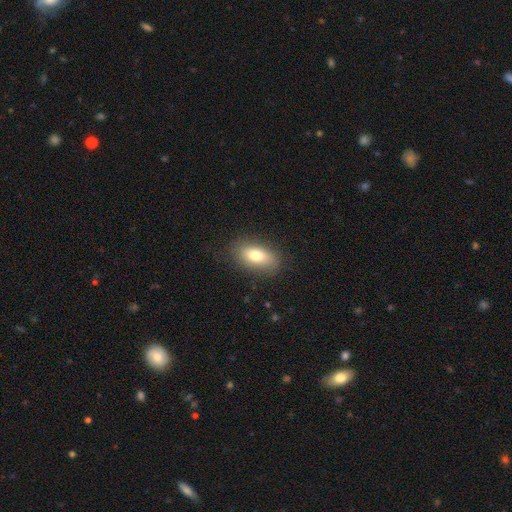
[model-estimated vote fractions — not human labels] This appears to be a smooth galaxy with no disk features (76%) that is in between round and cigar-shaped (86%). Merging: none (82%).